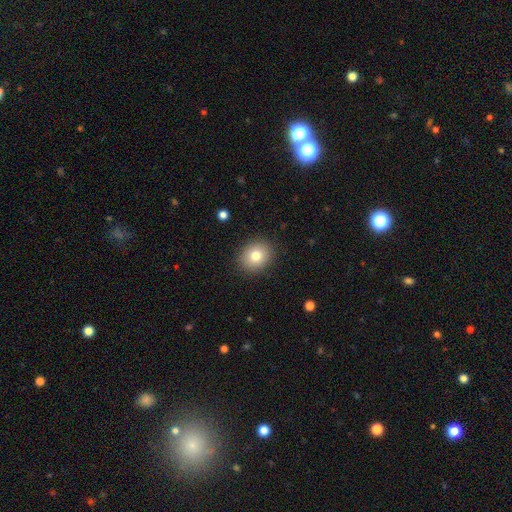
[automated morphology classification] A smooth galaxy with no disk features (79%) that is round (67%).

Vote fractions:
- Smooth or featured? smooth: 79% / featured or disk: 11% / star or artifact: 10%
- How rounded? round: 67% / in between: 32% / cigar-shaped: 1%
- Merging? none: 89% / minor disturbance: 7% / major disturbance: 2% / merger: 1%